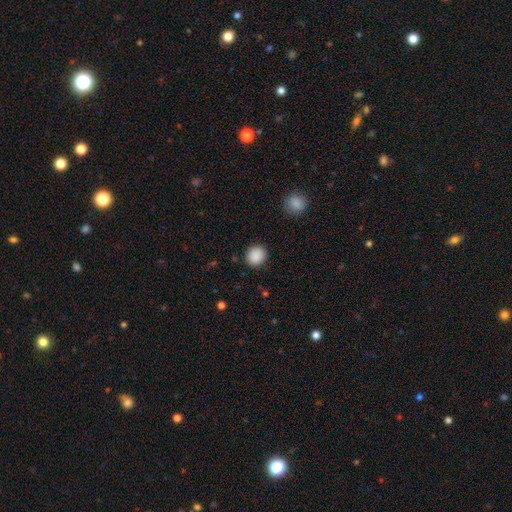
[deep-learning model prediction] smooth_or_featured: smooth (p=0.89) [alt: star or artifact p=0.08]
how_rounded: round (p=0.85) [alt: in between p=0.14]
merging: none (p=0.90) [alt: minor disturbance p=0.07]